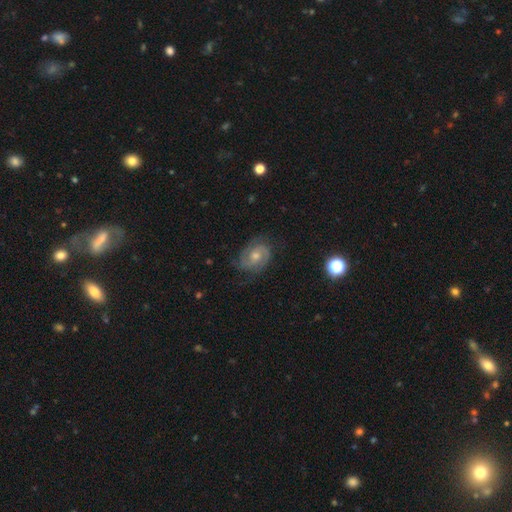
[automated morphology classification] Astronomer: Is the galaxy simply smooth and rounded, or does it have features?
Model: featured or disk — 80%.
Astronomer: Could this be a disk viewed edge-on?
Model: no — 97%.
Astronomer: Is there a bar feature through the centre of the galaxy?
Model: no — 63%.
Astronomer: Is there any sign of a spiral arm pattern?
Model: yes — 96%.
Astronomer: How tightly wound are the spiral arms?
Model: tight — 52% (runner-up: medium, 39%).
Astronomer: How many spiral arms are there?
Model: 2 — 65%.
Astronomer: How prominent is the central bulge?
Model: moderate — 59% (runner-up: small, 35%).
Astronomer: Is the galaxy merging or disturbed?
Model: none — 77%.